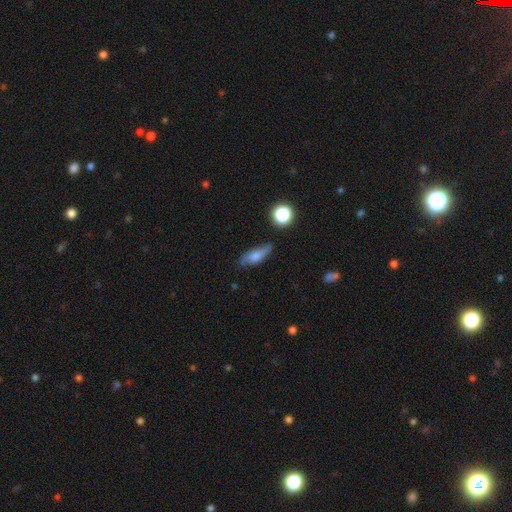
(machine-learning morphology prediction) Smooth or featured?
  - smooth: 65% *
  - featured or disk: 25%
  - star or artifact: 10%
How rounded?
  - in between: 65% *
  - cigar-shaped: 29%
  - round: 6%
Merging?
  - none: 63% *
  - minor disturbance: 27%
  - major disturbance: 7%
  - merger: 3%